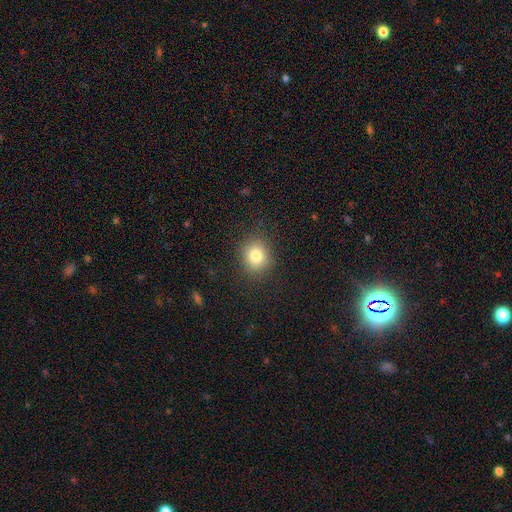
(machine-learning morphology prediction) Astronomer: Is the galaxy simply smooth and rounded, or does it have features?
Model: smooth — 81%.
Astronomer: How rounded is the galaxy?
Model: round — 75%.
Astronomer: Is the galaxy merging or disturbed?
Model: none — 87%.